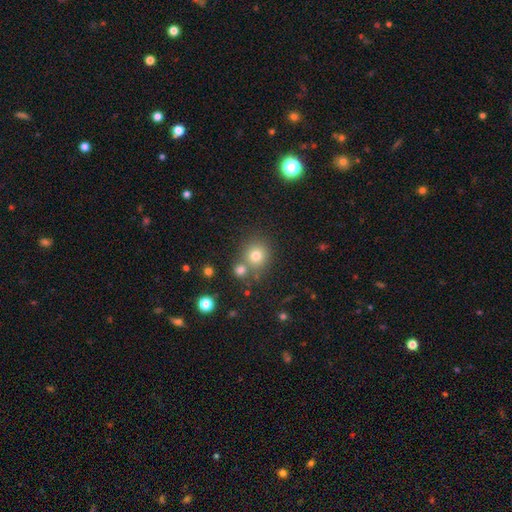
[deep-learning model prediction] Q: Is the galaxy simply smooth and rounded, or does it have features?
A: smooth — 76%.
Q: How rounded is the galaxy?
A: round — 87%.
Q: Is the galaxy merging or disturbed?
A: none — 66%.